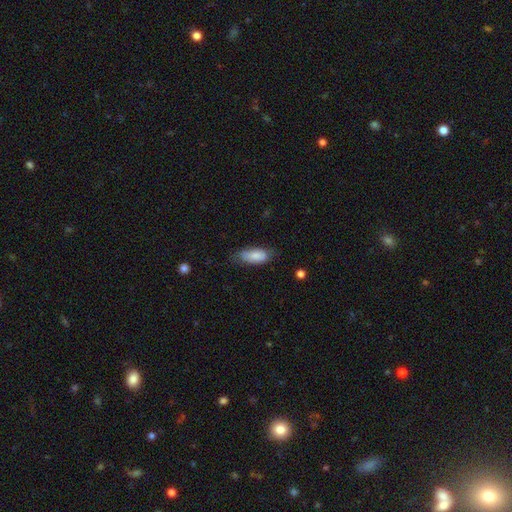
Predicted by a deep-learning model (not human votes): Q: Smooth or featured?
A: smooth (82%); runner-up: featured or disk (12%)
Q: How rounded?
A: in between (85%); runner-up: cigar-shaped (13%)
Q: Merging?
A: none (64%); runner-up: minor disturbance (28%)